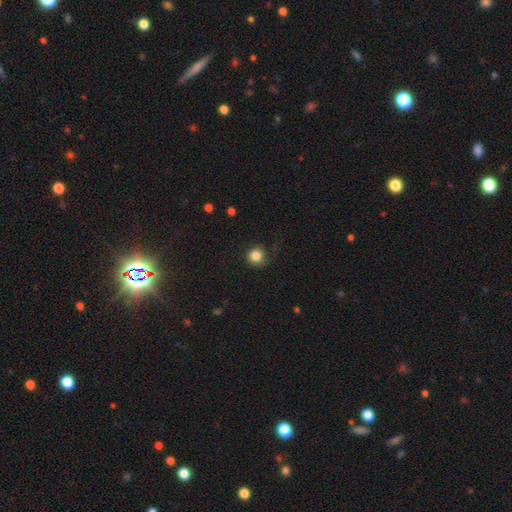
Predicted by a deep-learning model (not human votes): Overall: smooth (84%). How rounded: round (93%). Merging: none (81%).